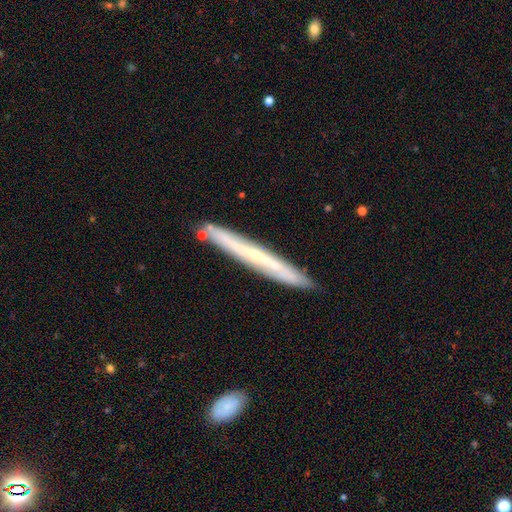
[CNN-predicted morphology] A featured or disk galaxy (59%) viewed edge-on (89%) with no central bulge (76%).

Vote fractions:
- Smooth or featured? featured or disk: 59% / smooth: 35% / star or artifact: 7%
- Edge-on disk? yes: 89% / no: 11%
- Edge-on bulge? none: 76% / rounded: 20% / boxy: 4%
- Merging? none: 86% / minor disturbance: 10% / merger: 2% / major disturbance: 2%